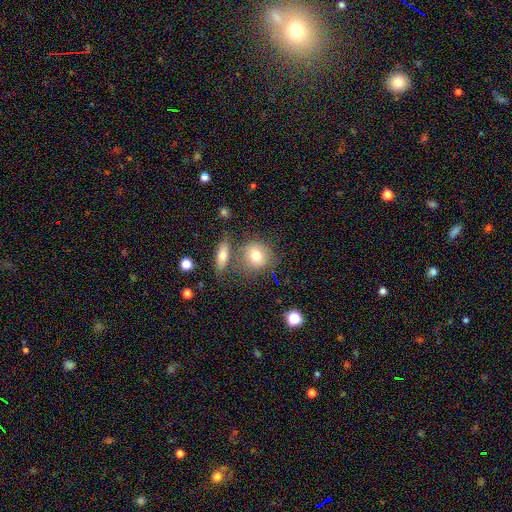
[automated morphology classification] A smooth galaxy with no disk features (75%) that is round (81%).

Vote fractions:
- Smooth or featured? smooth: 75% / featured or disk: 15% / star or artifact: 10%
- How rounded? round: 81% / in between: 18% / cigar-shaped: 2%
- Merging? none: 66% / merger: 17% / minor disturbance: 12% / major disturbance: 5%